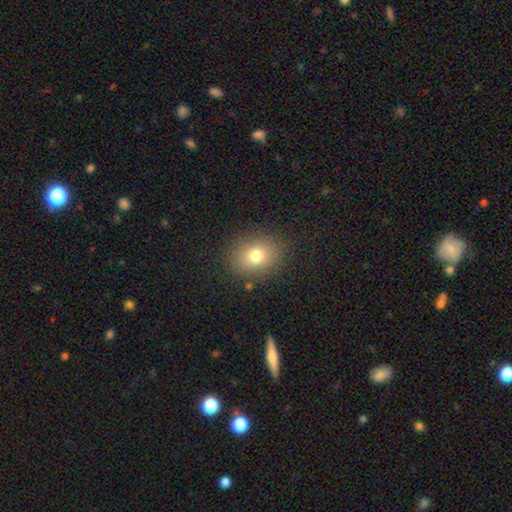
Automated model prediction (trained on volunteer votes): Smooth or featured: smooth — 77% (star or artifact — 13%)
How rounded: round — 54% (in between — 45%)
Merging: none — 87% (minor disturbance — 9%)